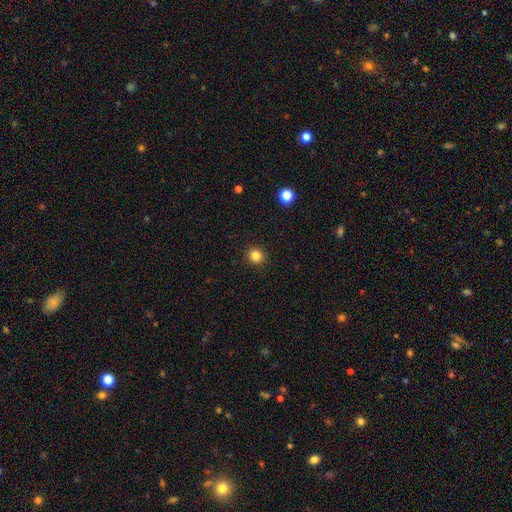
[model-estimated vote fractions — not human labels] A smooth galaxy with no disk features (84%) that is round (93%).

Vote fractions:
- Smooth or featured? smooth: 84% / star or artifact: 12% / featured or disk: 4%
- How rounded? round: 93% / in between: 6% / cigar-shaped: 1%
- Merging? none: 93% / minor disturbance: 5% / major disturbance: 2% / merger: 1%